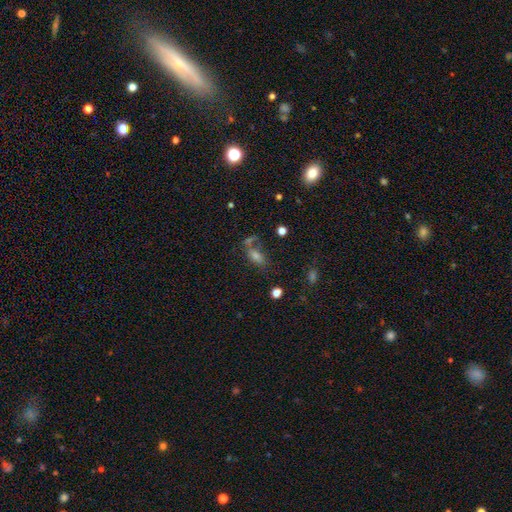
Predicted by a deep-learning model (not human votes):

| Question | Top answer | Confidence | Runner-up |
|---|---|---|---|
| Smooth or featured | smooth | 60% | star or artifact (23%) |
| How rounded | in between | 79% | cigar-shaped (11%) |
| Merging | none | 49% | merger (24%) |